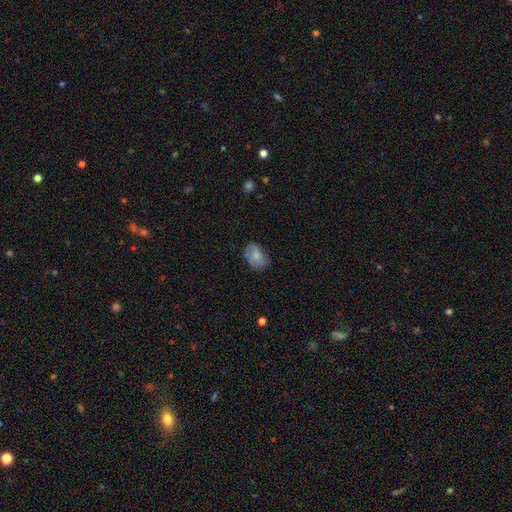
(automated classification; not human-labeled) Smooth or featured? smooth (64%)
How rounded? in between (80%)
Merging? none (68%)